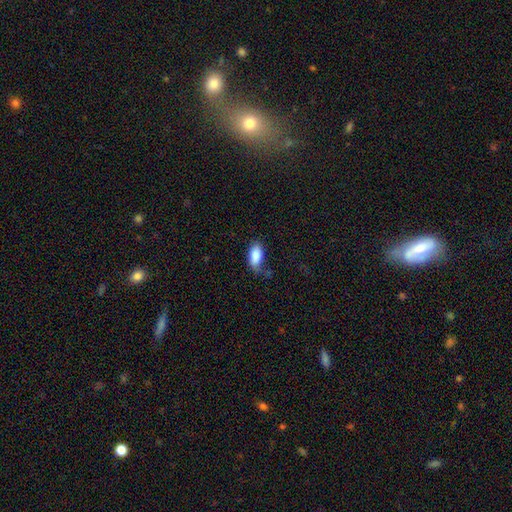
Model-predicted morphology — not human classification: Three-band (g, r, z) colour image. It shows a smooth galaxy with no disk features (87%) that is in between round and cigar-shaped (92%). Merging: none (56%).